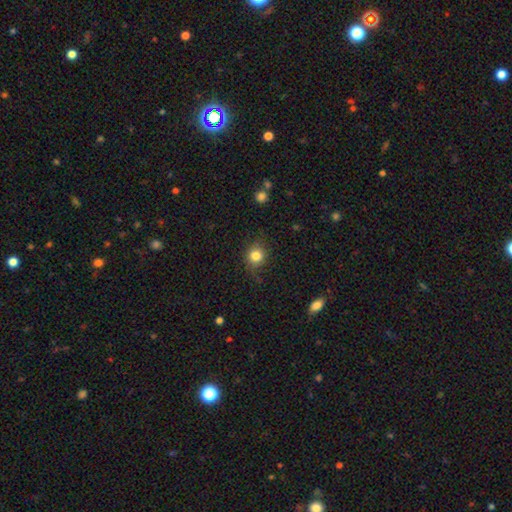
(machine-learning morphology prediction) The model was most divided on "merging": none: 76%, minor disturbance: 17%, major disturbance: 5%, merger: 1%. More confident: smooth or featured — smooth (82%); how rounded — round (79%).